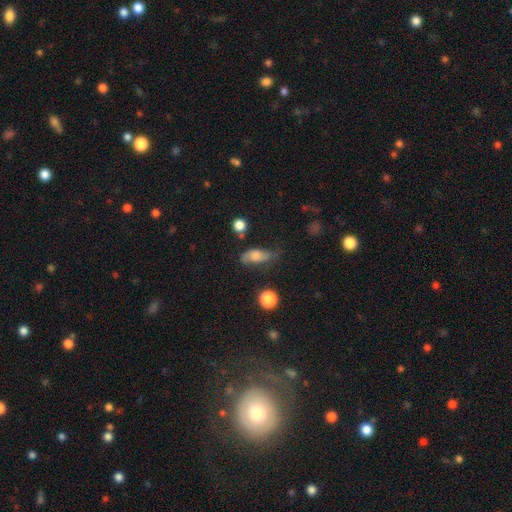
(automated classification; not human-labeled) This is possibly a smooth galaxy (56%). How rounded: likely in between (75%). Merging: possibly none (52%).